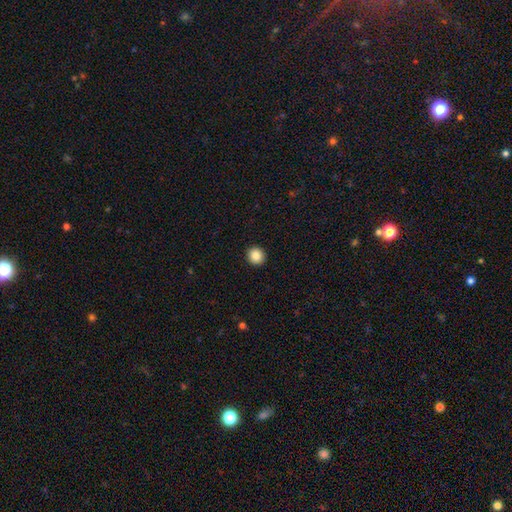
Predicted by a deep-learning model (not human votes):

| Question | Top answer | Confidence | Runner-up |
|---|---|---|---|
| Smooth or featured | smooth | 87% | star or artifact (9%) |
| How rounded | round | 92% | in between (7%) |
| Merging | none | 93% | minor disturbance (4%) |